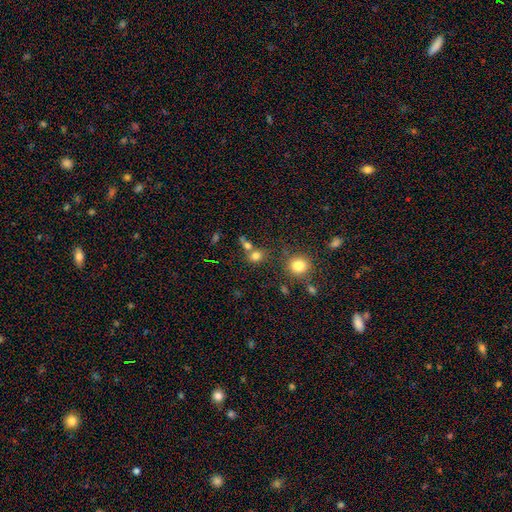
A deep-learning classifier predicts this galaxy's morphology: Smooth or featured? Predicted: smooth (p=0.76). How rounded? Predicted: round (p=0.67). Merging? Predicted: none (p=0.54).